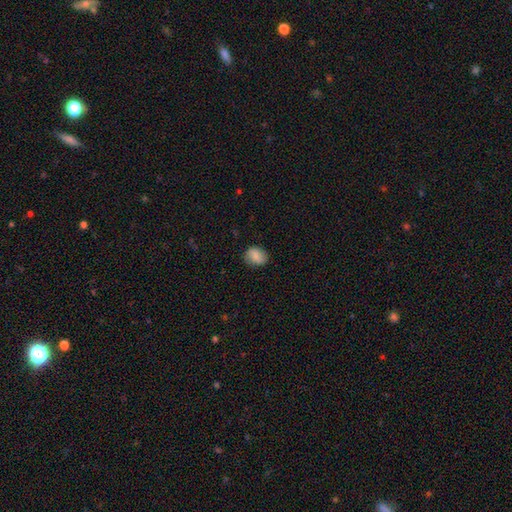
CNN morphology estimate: A smooth galaxy with no disk features (80%) that is in between round and cigar-shaped (53%).

Vote fractions:
- Smooth or featured? smooth: 80% / featured or disk: 12% / star or artifact: 8%
- How rounded? in between: 53% / round: 45% / cigar-shaped: 1%
- Merging? none: 78% / minor disturbance: 17% / major disturbance: 4% / merger: 1%